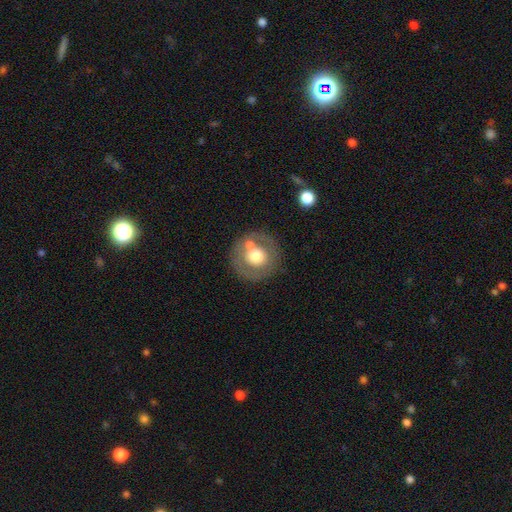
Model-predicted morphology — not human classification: A smooth galaxy with no disk features (57%) that is round (93%).

Vote fractions:
- Smooth or featured? smooth: 57% / featured or disk: 35% / star or artifact: 8%
- How rounded? round: 93% / in between: 6% / cigar-shaped: 1%
- Merging? none: 70% / merger: 13% / minor disturbance: 11% / major disturbance: 5%